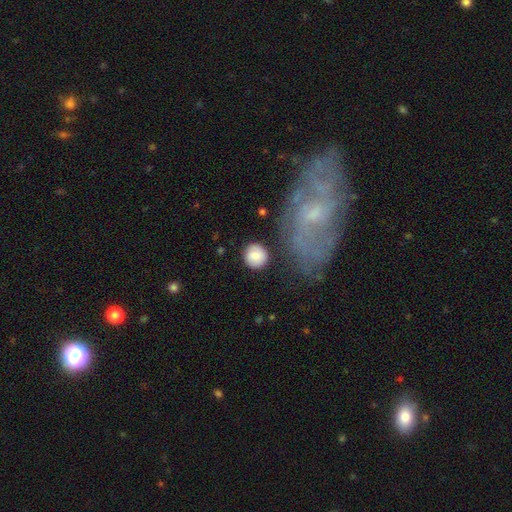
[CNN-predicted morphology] Smooth or featured: smooth — 83% (featured or disk — 10%)
How rounded: round — 89% (in between — 10%)
Merging: none — 82% (minor disturbance — 11%)